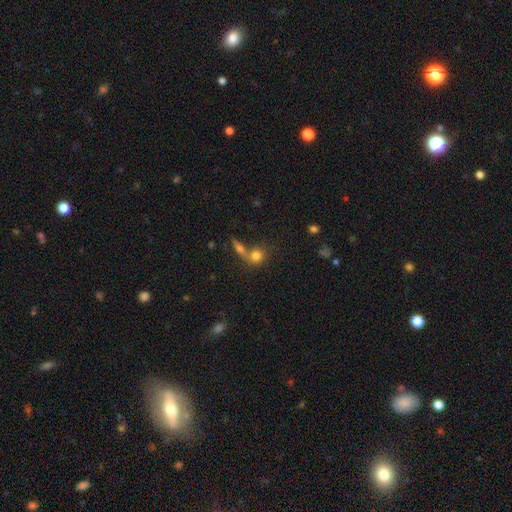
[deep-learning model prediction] smooth_or_featured: smooth (p=0.75) [alt: featured or disk p=0.15]
how_rounded: round (p=0.72) [alt: in between p=0.24]
merging: none (p=0.42) [tied with: merger p=0.42]